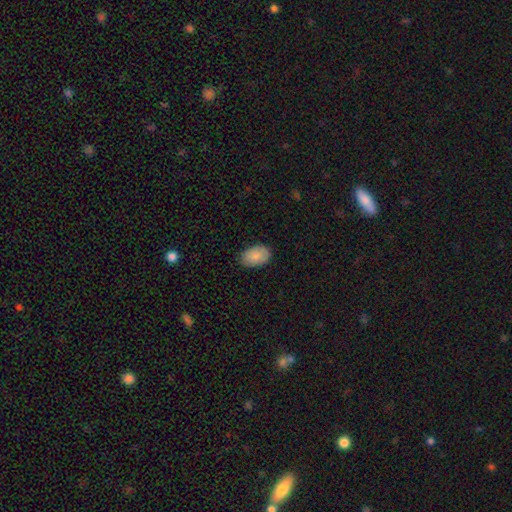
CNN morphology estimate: The model was most divided on "merging": none: 83%, minor disturbance: 13%, major disturbance: 2%, merger: 1%. More confident: how rounded — in between (90%); smooth or featured — smooth (87%).